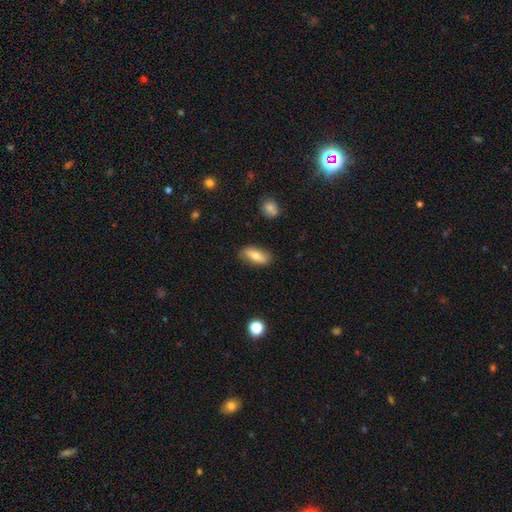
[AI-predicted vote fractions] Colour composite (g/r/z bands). It shows a smooth galaxy with no disk features (69%) that is in between round and cigar-shaped (73%). Merging: none (84%).